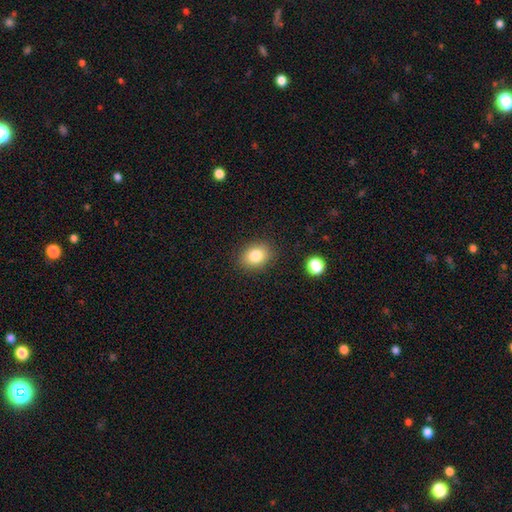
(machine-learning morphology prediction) A smooth galaxy with no disk features (82%) that is in between round and cigar-shaped (59%). Merging: none (87%).